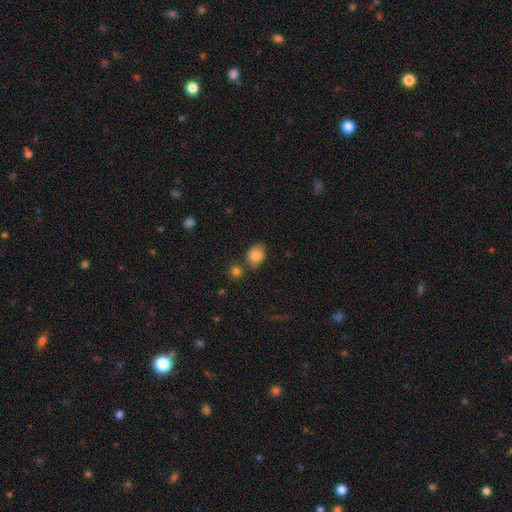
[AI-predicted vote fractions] A smooth galaxy with no disk features (81%) that is in between round and cigar-shaped (56%). Merging: none (66%).